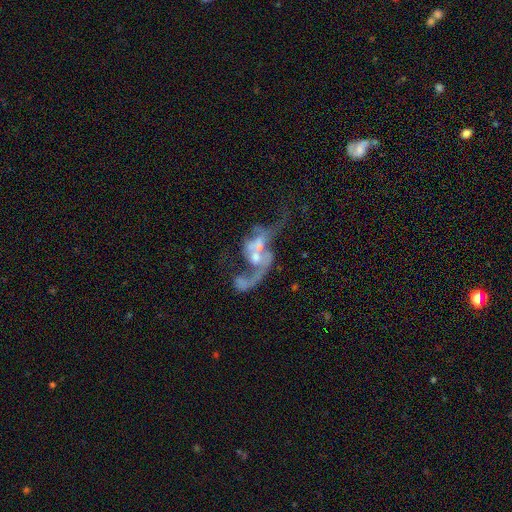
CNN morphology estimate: smooth_or_featured: featured or disk (p=0.73) [alt: smooth p=0.17]
disk_edge_on: no (p=0.95) [alt: yes p=0.05]
bar: no (p=0.70) [alt: weak p=0.23]
has_spiral_arms: yes (p=0.61) [alt: no p=0.39]
bulge_size: moderate (p=0.44) [alt: small p=0.32]
merging: merger (p=0.66) [alt: major disturbance p=0.19]